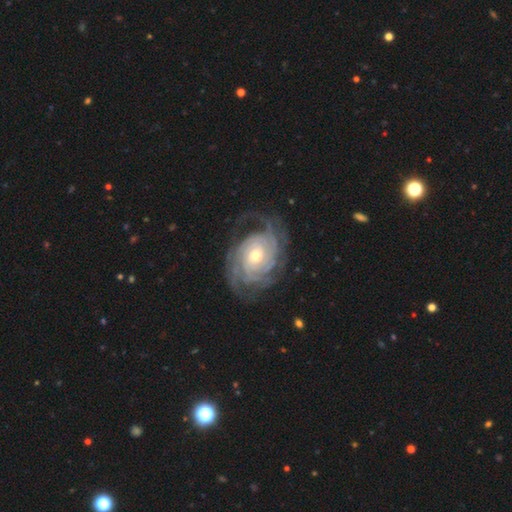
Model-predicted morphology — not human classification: Overall: featured or disk (91%). Edge-on disk: no (97%). Bar: no (71%). Spiral arms: yes (97%). Spiral arm count: can't tell (27%; 3 20%). Spiral winding: tight (72%). Bulge size: moderate (53%; small 41%). Merging: none (72%).